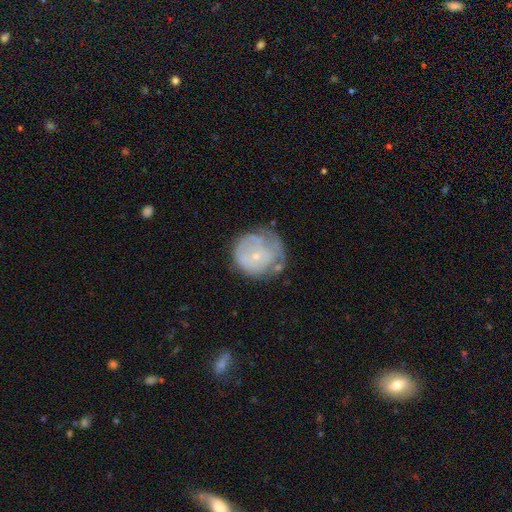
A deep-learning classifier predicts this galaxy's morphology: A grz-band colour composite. It shows a featured or disk galaxy (52%) with no bar (84%), no spiral arms (52%) and a small central bulge (80%). Merging: none (46%).